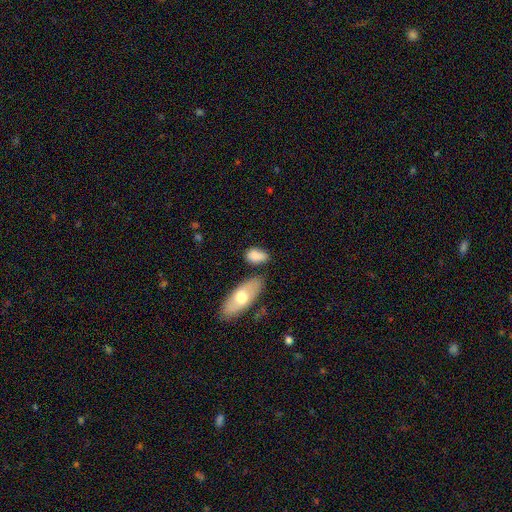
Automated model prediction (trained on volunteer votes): Smooth or featured: smooth — 82% (featured or disk — 11%)
How rounded: in between — 87% (round — 7%)
Merging: none — 60% (minor disturbance — 22%)